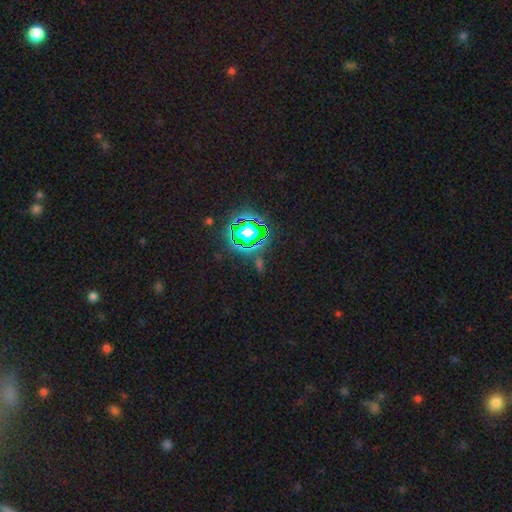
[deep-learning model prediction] Morphology: type=star or artifact (81%).